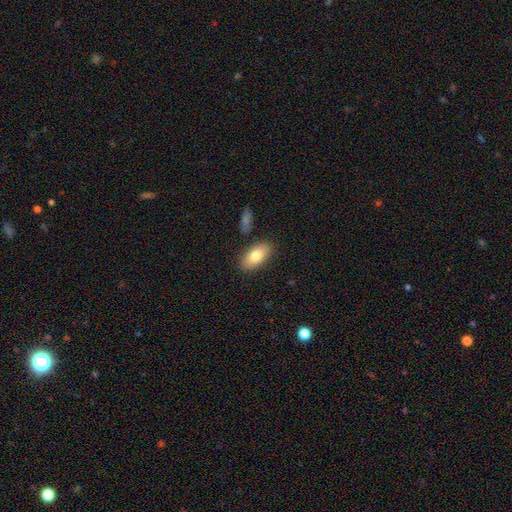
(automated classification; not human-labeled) Smooth or featured?
  - smooth: 77% *
  - featured or disk: 16%
  - star or artifact: 6%
How rounded?
  - in between: 91% *
  - cigar-shaped: 6%
  - round: 4%
Merging?
  - none: 84% *
  - minor disturbance: 10%
  - merger: 3%
  - major disturbance: 2%